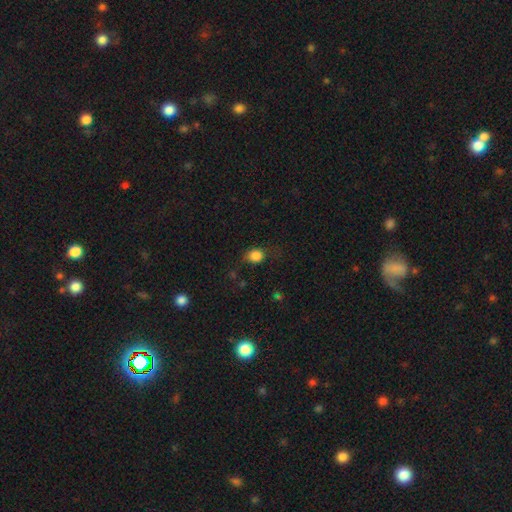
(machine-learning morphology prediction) smooth_or_featured: smooth (p=0.82) [alt: star or artifact p=0.11]
how_rounded: round (p=0.68) [alt: in between p=0.31]
merging: none (p=0.60) [alt: minor disturbance p=0.26]